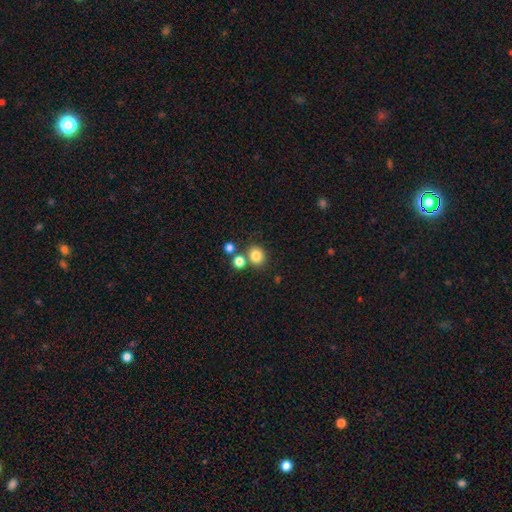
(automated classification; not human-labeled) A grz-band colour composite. It shows a smooth galaxy with no disk features (82%) that is round (72%). Merging: none (71%).